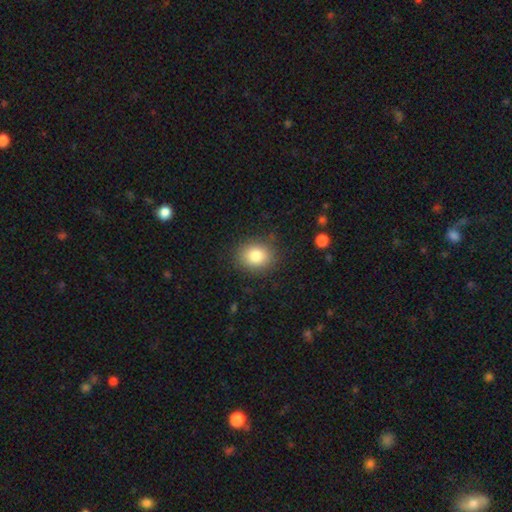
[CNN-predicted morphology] Smooth or featured: smooth — 82% (star or artifact — 10%)
How rounded: round — 65% (in between — 34%)
Merging: none — 87% (minor disturbance — 9%)